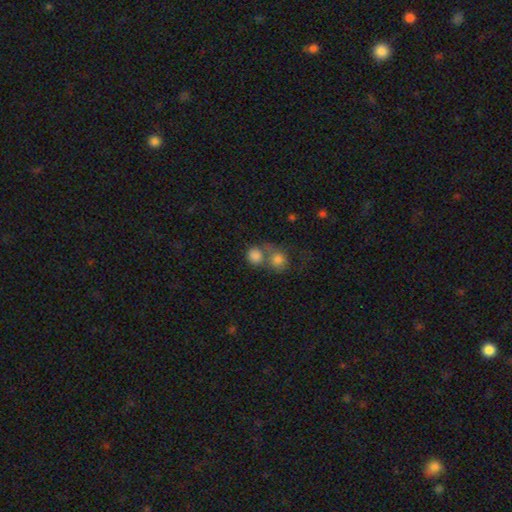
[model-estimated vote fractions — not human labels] This is clearly a smooth galaxy (82%). How rounded: likely round (77%). Merging: possibly merger (53%).